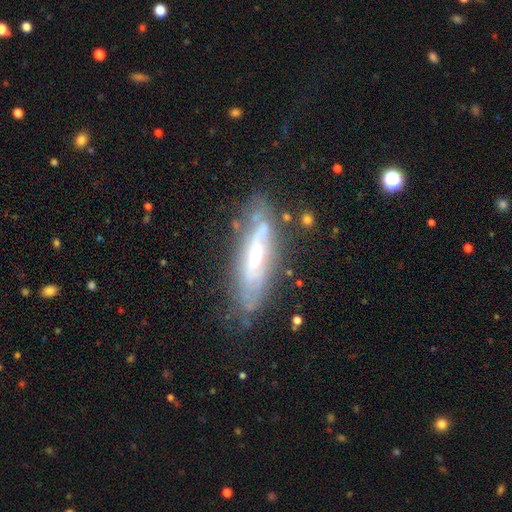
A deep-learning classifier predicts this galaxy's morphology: A featured or disk galaxy (74%).

Vote fractions:
- Smooth or featured? featured or disk: 74% / smooth: 18% / star or artifact: 7%
- Edge-on disk? no: 57% / yes: 43%
- Merging? none: 68% / minor disturbance: 21% / major disturbance: 8% / merger: 4%